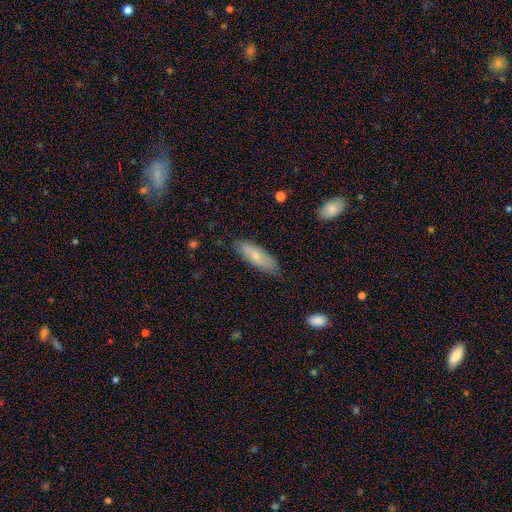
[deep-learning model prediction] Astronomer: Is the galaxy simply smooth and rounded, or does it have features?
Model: smooth — 67%.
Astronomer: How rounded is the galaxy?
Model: in between — 56% (runner-up: cigar-shaped, 42%).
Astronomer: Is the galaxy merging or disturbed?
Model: none — 78%.